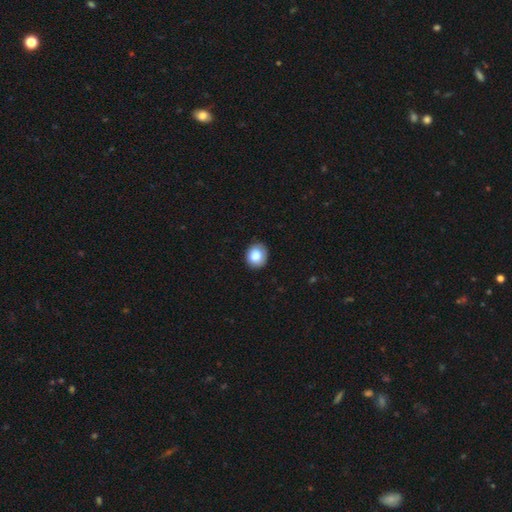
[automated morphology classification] This appears to be a smooth galaxy with no disk features (85%) that is round (71%). Merging: none (79%).